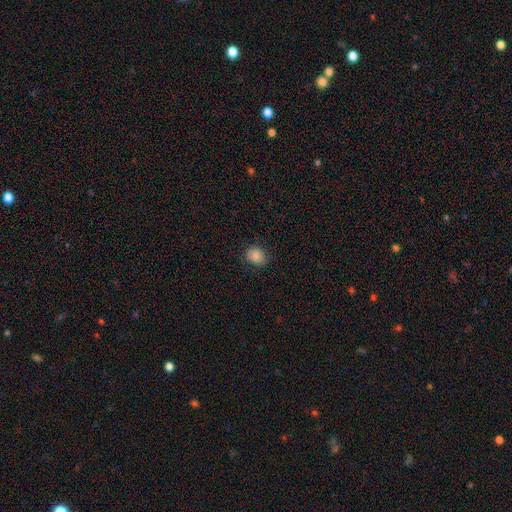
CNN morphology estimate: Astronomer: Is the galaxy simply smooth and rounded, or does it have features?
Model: smooth — 85%.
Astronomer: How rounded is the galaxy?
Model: round — 61% (runner-up: in between, 38%).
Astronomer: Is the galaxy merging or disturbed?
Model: none — 80%.